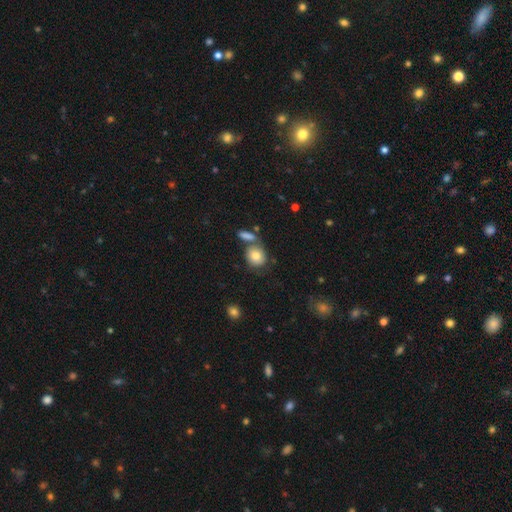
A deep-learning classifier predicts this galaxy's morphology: type=smooth (81%); roundness=round (67%); merging=none (53%).